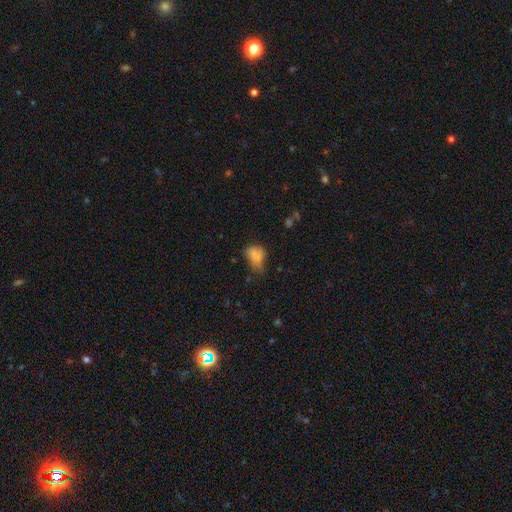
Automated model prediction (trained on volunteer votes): smooth-or-featured: smooth: 74% | star or artifact: 13% | featured or disk: 13%
  how-rounded: in between: 75% | round: 23% | cigar-shaped: 2%
  merging: minor disturbance: 36% | none: 33% | major disturbance: 25% | merger: 6%